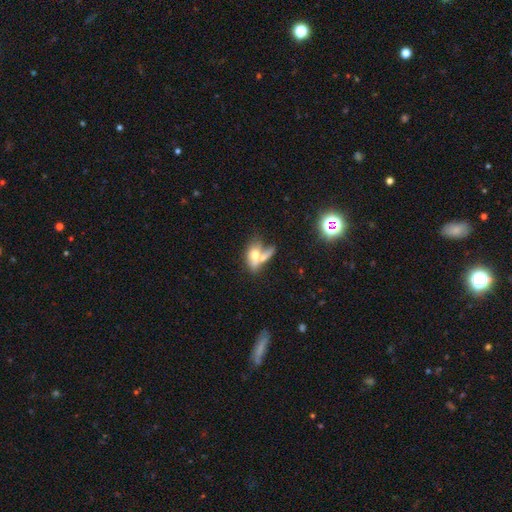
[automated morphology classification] Overall: smooth (62%; featured or disk 29%). How rounded: in between (73%). Merging: merger (59%; none 22%).